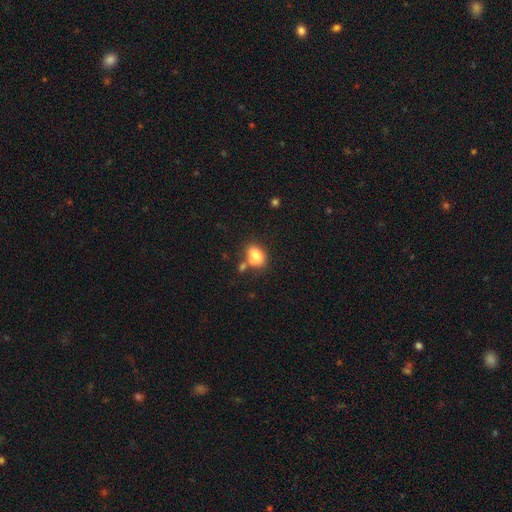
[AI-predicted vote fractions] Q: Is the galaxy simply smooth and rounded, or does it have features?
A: smooth — 81%.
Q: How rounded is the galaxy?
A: in between — 76%.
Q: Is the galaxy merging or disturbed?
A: none — 56%.